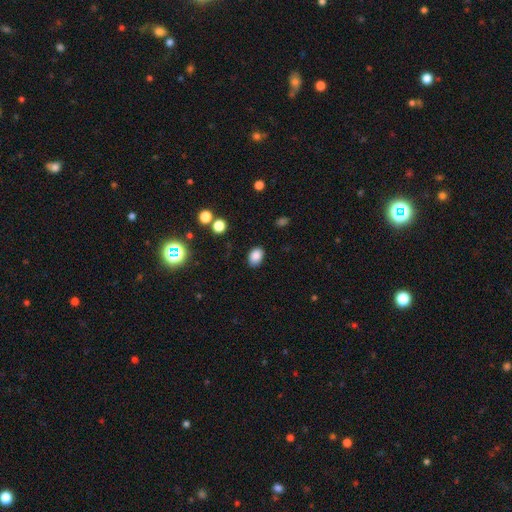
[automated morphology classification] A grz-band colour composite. It shows a smooth galaxy with no disk features (86%) that is in between round and cigar-shaped (79%). Merging: none (86%).